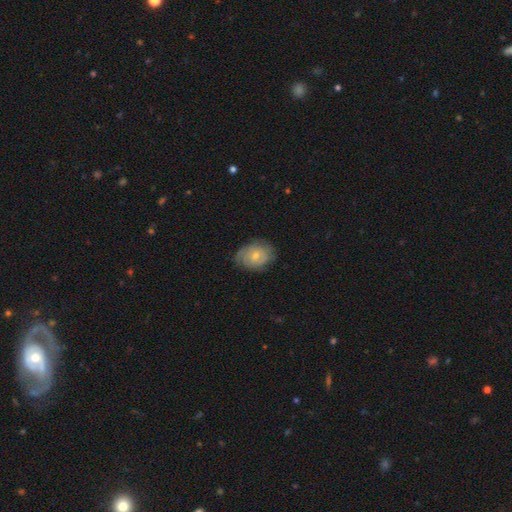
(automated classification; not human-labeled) Smooth or featured: smooth — 52% (featured or disk — 41%)
How rounded: in between — 65% (round — 34%)
Merging: none — 67% (minor disturbance — 25%)